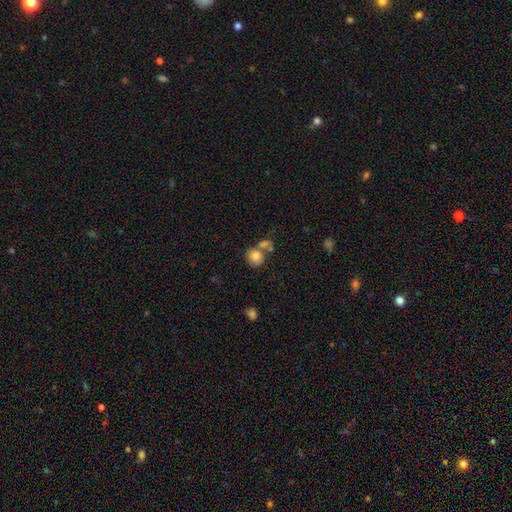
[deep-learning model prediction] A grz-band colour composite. It shows a smooth galaxy with no disk features (79%) that is round (77%). Merging: none (50%).